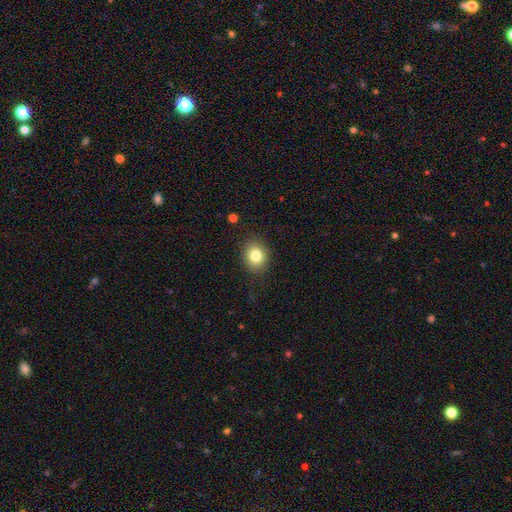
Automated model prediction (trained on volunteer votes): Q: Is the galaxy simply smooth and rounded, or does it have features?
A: smooth — 82%.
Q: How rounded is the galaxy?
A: round — 56%.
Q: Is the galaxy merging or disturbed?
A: none — 85%.